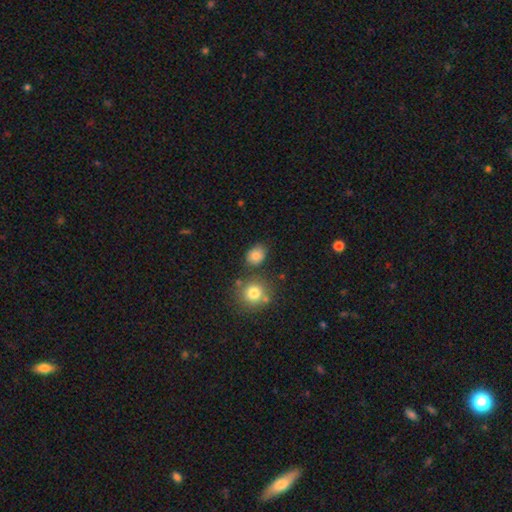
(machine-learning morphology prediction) smooth 82%, star or artifact 12%, featured or disk 6%. Down the decision tree: how rounded — in between (54%); merging — none (75%).